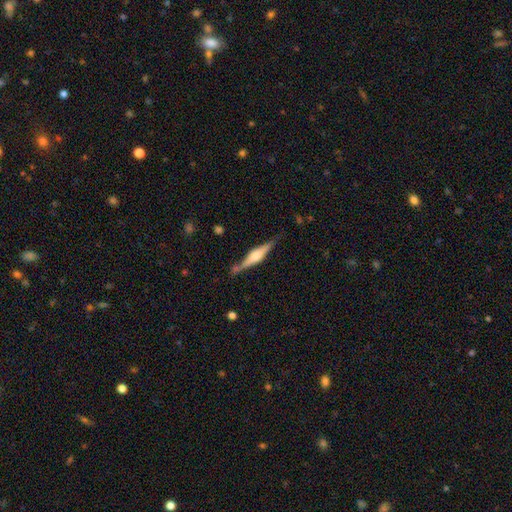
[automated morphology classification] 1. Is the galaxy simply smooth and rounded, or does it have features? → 70% featured or disk, 24% smooth, 6% star or artifact.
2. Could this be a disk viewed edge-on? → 97% yes, 3% no.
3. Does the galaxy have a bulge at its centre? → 75% rounded, 21% boxy, 4% none.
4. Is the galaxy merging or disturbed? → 75% none, 17% minor disturbance, 5% merger, 4% major disturbance.